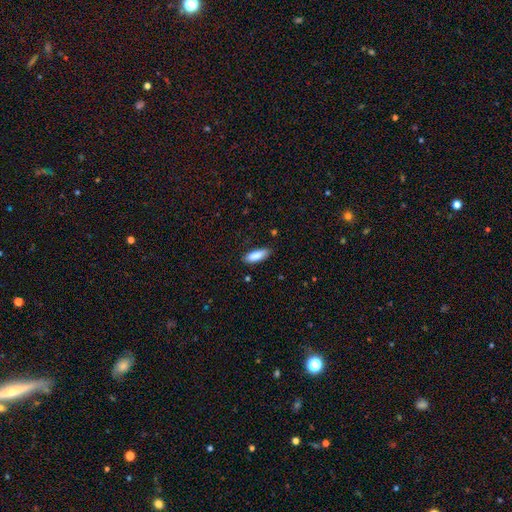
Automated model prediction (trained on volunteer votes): Smooth or featured: smooth — 86% (featured or disk — 8%)
How rounded: in between — 64% (cigar-shaped — 34%)
Merging: none — 83% (minor disturbance — 13%)